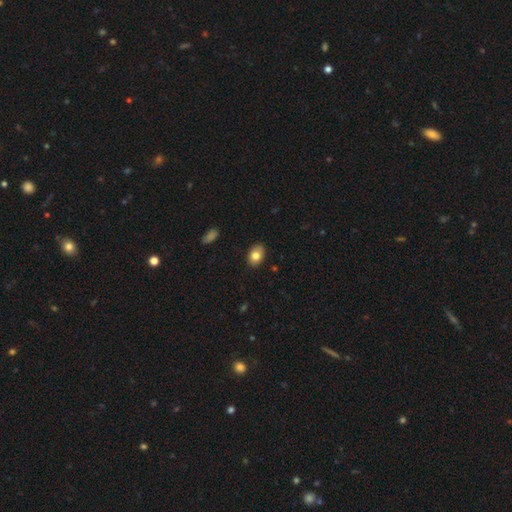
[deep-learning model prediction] smooth_or_featured: smooth (p=0.81) [alt: featured or disk p=0.11]
how_rounded: in between (p=0.81) [alt: round p=0.18]
merging: none (p=0.85) [alt: minor disturbance p=0.12]